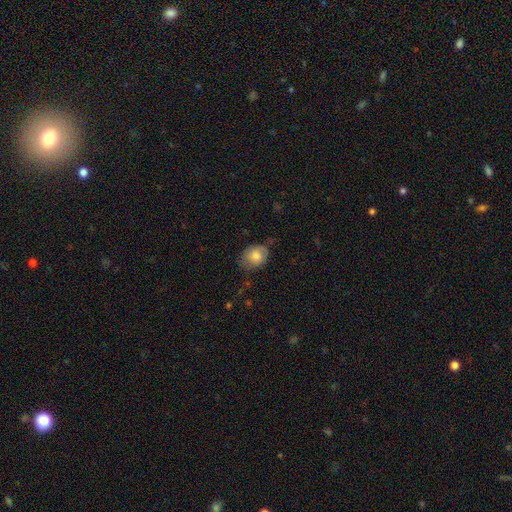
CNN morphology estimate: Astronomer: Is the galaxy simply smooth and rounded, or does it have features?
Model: smooth — 77%.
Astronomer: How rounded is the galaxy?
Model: in between — 57% (runner-up: round, 42%).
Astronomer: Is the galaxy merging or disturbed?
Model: none — 54% (runner-up: minor disturbance, 33%).